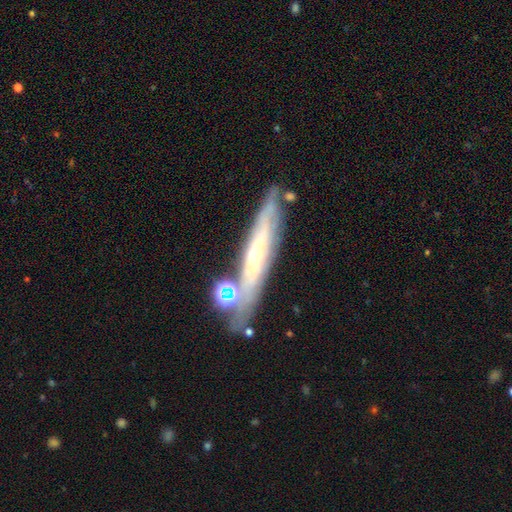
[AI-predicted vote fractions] Smooth or featured: featured or disk — 71% (smooth — 20%)
Edge-on disk: yes — 60% (no — 40%)
Merging: none — 68% (minor disturbance — 16%)